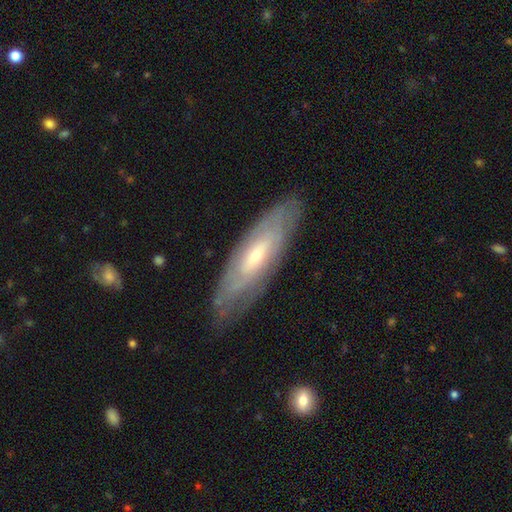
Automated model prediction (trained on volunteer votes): Morphology: type=featured or disk (70%); edge-on=no (71%); merging=none (79%).